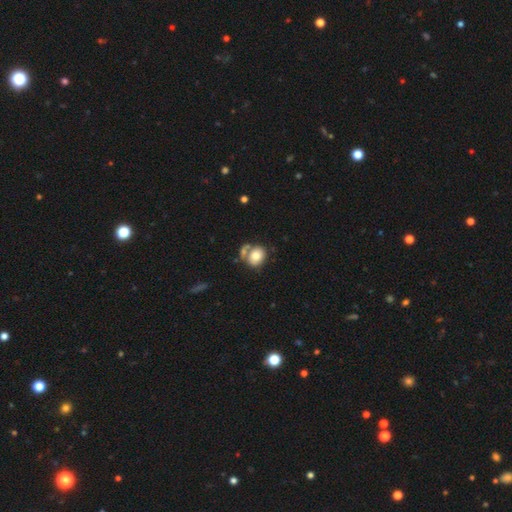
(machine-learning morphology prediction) Smooth or featured? Predicted: smooth (p=0.78). How rounded? Predicted: round (p=0.52). Merging? Predicted: none (p=0.50).